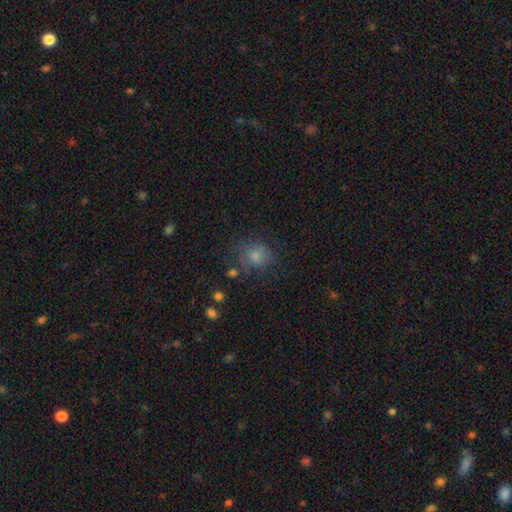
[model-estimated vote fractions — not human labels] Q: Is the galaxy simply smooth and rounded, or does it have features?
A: smooth — 66%.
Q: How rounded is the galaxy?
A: round — 77%.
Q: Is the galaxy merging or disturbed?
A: none — 72%.